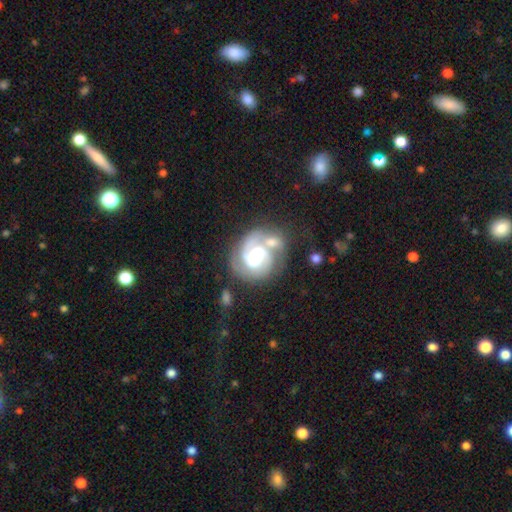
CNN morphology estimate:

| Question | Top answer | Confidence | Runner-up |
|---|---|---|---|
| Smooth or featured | featured or disk | 83% | smooth (12%) |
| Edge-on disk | no | 98% | yes (2%) |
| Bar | weak | 47% | strong (29%) |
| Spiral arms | yes | 94% | no (6%) |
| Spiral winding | tight | 46% | medium (43%) |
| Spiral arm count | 2 | 75% | can't tell (8%) |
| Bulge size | moderate | 51% | large (36%) |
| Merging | none | 43% | merger (31%) |